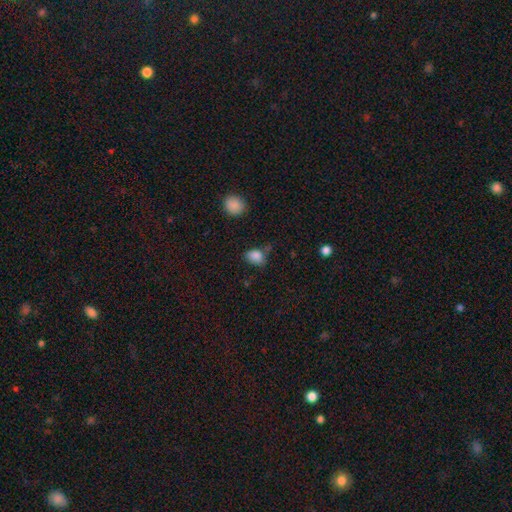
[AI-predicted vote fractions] This appears to be a smooth galaxy with no disk features (84%) that is in between round and cigar-shaped (73%). Merging: none (60%).